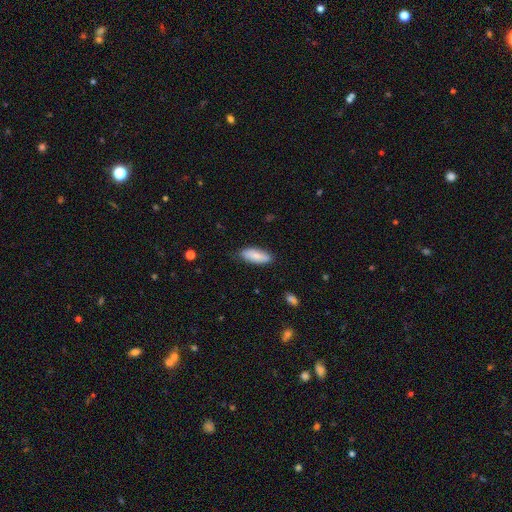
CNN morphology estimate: A smooth galaxy with no disk features (79%) that is in between round and cigar-shaped (75%). Merging: none (81%).